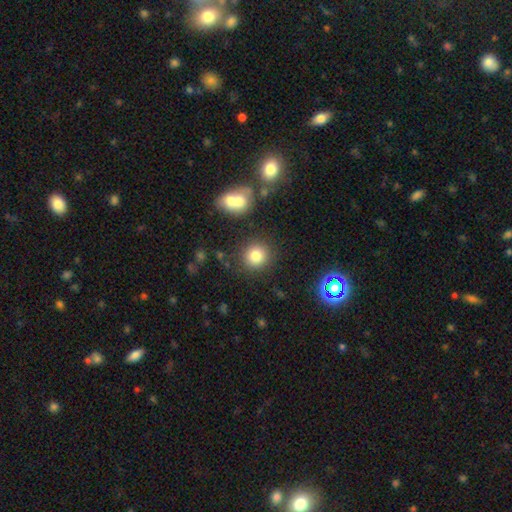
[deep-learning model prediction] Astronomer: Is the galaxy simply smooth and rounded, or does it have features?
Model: smooth — 81%.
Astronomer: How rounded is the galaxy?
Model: round — 90%.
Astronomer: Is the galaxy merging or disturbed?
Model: none — 83%.